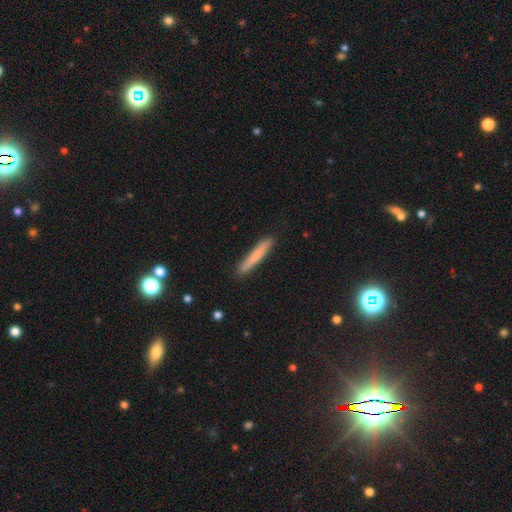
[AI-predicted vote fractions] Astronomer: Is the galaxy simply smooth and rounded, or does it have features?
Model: smooth — 76%.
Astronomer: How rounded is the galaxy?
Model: cigar-shaped — 95%.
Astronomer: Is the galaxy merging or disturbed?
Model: none — 89%.